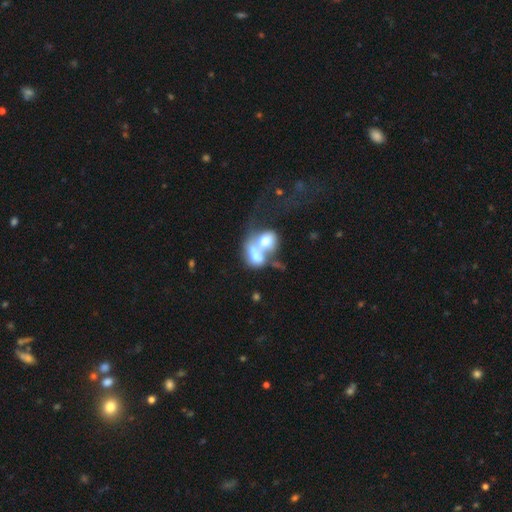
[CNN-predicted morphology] smooth-or-featured: smooth: 54% | featured or disk: 35% | star or artifact: 10%
  how-rounded: in between: 59% | round: 39% | cigar-shaped: 2%
  merging: merger: 75% | major disturbance: 10% | none: 9% | minor disturbance: 5%